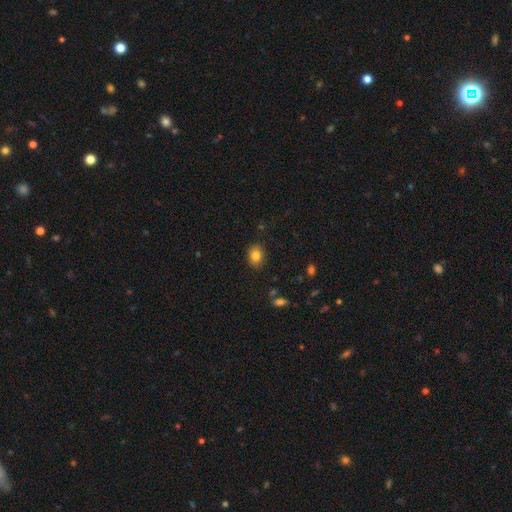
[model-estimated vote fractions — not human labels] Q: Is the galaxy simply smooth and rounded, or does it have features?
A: smooth — 82%.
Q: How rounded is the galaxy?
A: in between — 51%.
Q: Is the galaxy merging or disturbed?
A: none — 88%.